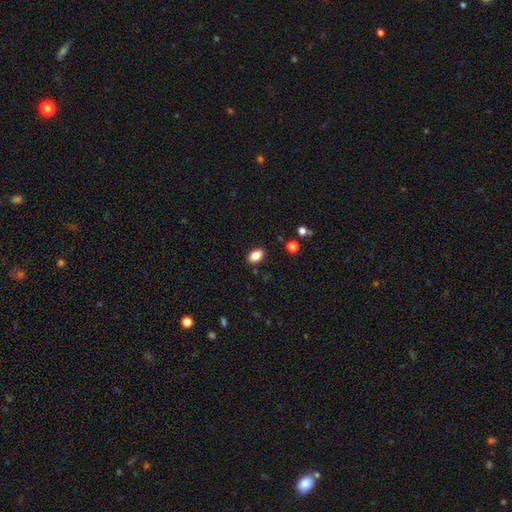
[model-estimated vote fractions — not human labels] Morphology: type=smooth (85%); roundness=in between (87%); merging=none (88%).